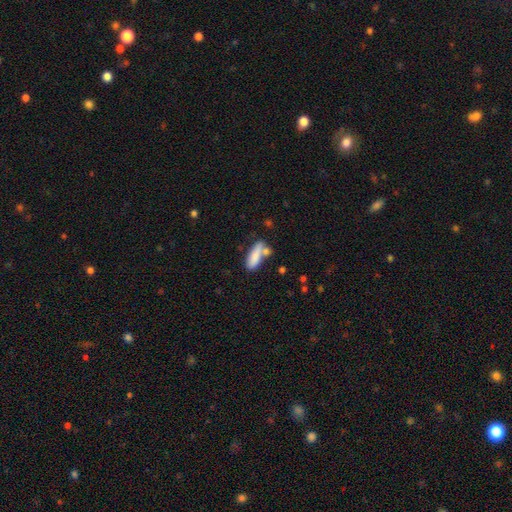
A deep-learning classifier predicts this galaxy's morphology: This appears to be a smooth galaxy with no disk features (82%) that is in between round and cigar-shaped (53%). Merging: none (53%).